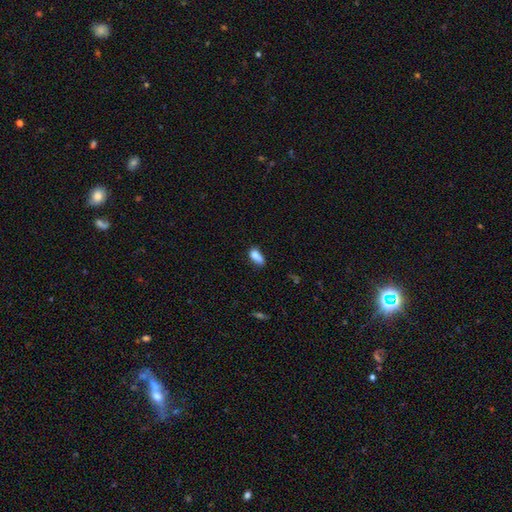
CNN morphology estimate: Q: Smooth or featured?
A: smooth (77%); runner-up: featured or disk (13%)
Q: How rounded?
A: in between (82%); runner-up: cigar-shaped (11%)
Q: Merging?
A: none (38%); runner-up: minor disturbance (28%)